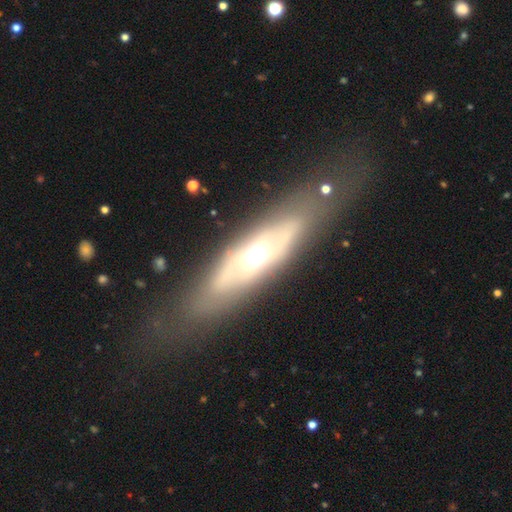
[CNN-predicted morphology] smooth-or-featured: featured or disk: 54% | smooth: 38% | star or artifact: 9%
  disk-edge-on: no: 53% | yes: 47%
  merging: none: 78% | minor disturbance: 13% | major disturbance: 7% | merger: 2%